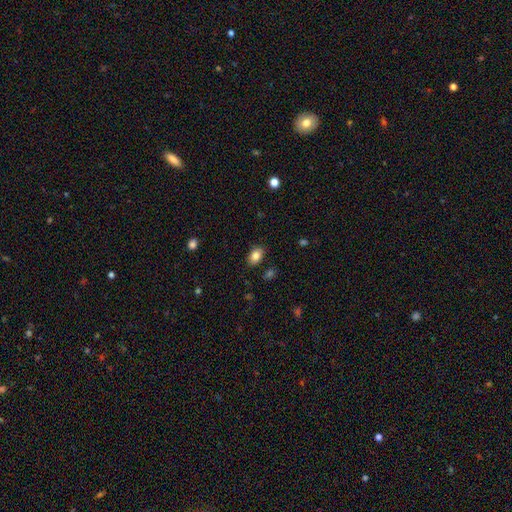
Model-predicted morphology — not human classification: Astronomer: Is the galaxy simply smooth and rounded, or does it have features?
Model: smooth — 84%.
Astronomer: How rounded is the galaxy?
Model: in between — 85%.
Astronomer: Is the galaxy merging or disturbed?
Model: none — 85%.